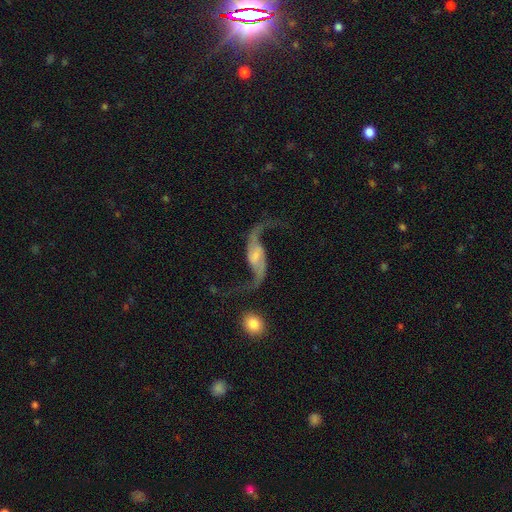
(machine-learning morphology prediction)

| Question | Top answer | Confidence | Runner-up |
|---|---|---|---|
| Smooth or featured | featured or disk | 91% | star or artifact (5%) |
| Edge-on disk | no | 96% | yes (4%) |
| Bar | weak | 45% | no (31%) |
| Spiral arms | yes | 97% | no (3%) |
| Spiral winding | loose | 91% | medium (7%) |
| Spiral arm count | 2 | 94% | 1 (2%) |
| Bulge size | small | 37% | none (29%) |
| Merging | none | 71% | minor disturbance (13%) |